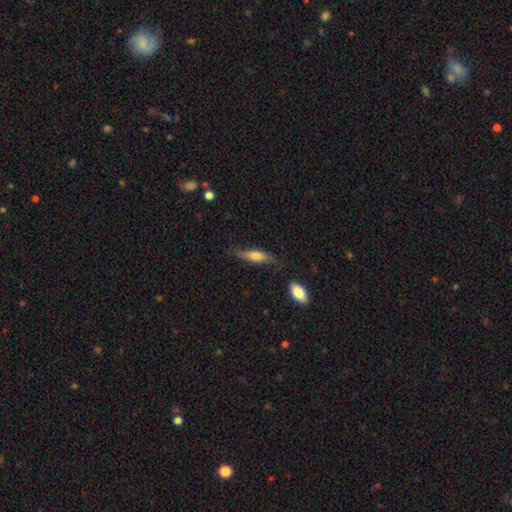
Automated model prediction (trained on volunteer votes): Smooth or featured? Predicted: smooth (p=0.62). How rounded? Predicted: cigar-shaped (p=0.55). Merging? Predicted: none (p=0.61).